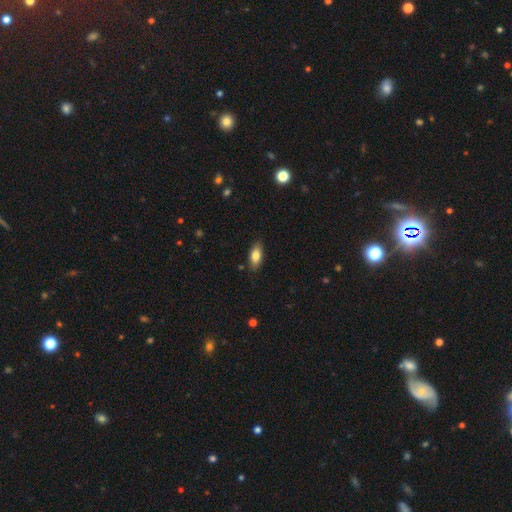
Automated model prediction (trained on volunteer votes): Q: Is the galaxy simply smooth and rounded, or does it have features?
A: smooth — 79%.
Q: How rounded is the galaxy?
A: in between — 84%.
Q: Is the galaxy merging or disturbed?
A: none — 85%.